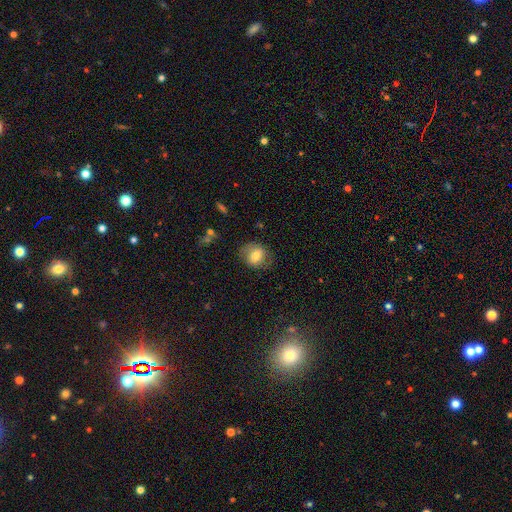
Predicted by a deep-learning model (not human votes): Q: Smooth or featured?
A: smooth (67%); runner-up: featured or disk (24%)
Q: How rounded?
A: round (61%); runner-up: in between (37%)
Q: Merging?
A: none (75%); runner-up: minor disturbance (17%)